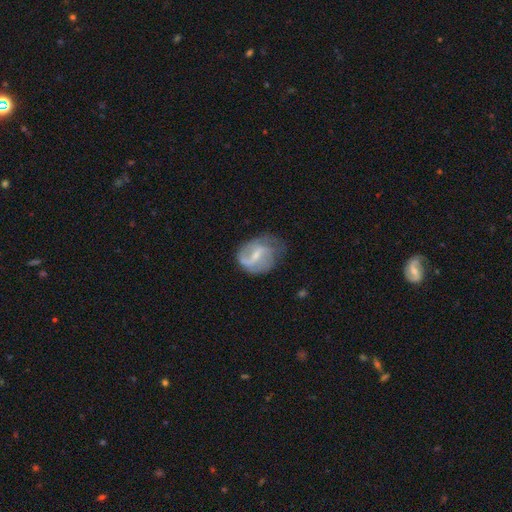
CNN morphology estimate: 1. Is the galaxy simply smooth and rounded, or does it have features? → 76% featured or disk, 17% smooth, 6% star or artifact.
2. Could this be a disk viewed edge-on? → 97% no, 3% yes.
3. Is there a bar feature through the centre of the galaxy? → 52% weak, 32% strong, 16% no.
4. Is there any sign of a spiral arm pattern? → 88% yes, 12% no.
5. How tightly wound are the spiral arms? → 42% medium, 41% loose, 17% tight.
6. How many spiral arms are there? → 66% 2, 15% 1, 12% can't tell, 4% 3, 1% 4, 1% more than 4.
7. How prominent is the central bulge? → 59% small, 30% moderate, 8% none, 2% large, 1% dominant.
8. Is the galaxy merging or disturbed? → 50% none, 30% minor disturbance, 18% major disturbance, 2% merger.